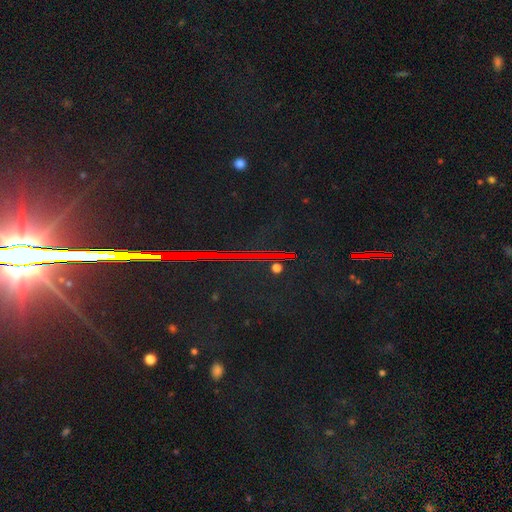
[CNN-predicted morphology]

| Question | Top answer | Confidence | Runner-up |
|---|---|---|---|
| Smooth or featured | star or artifact | 86% | featured or disk (8%) |